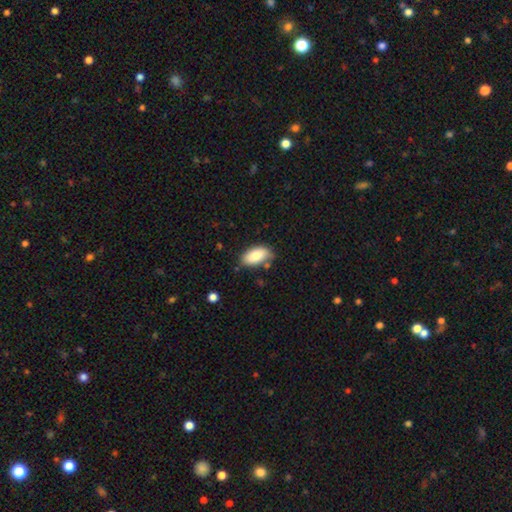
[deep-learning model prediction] Morphology: type=smooth (82%); roundness=in between (93%); merging=none (72%).